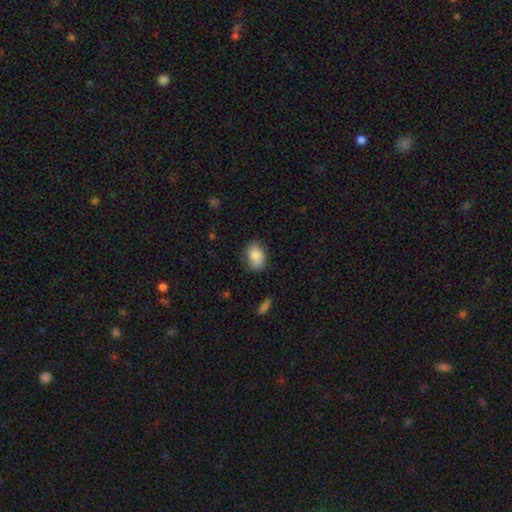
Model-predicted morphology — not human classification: Smooth or featured?
  - smooth: 83% *
  - featured or disk: 10%
  - star or artifact: 7%
How rounded?
  - in between: 79% *
  - round: 20%
  - cigar-shaped: 1%
Merging?
  - none: 72% *
  - minor disturbance: 21%
  - major disturbance: 5%
  - merger: 1%